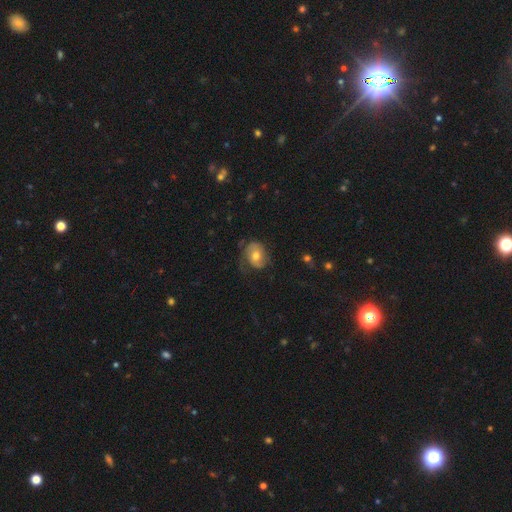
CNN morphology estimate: Q: Smooth or featured?
A: featured or disk (52%); runner-up: smooth (40%)
Q: Edge-on disk?
A: no (96%); runner-up: yes (4%)
Q: Bar?
A: no (70%); runner-up: weak (25%)
Q: Spiral arms?
A: yes (81%); runner-up: no (19%)
Q: Bulge size?
A: moderate (68%); runner-up: small (19%)
Q: Merging?
A: none (53%); runner-up: minor disturbance (26%)